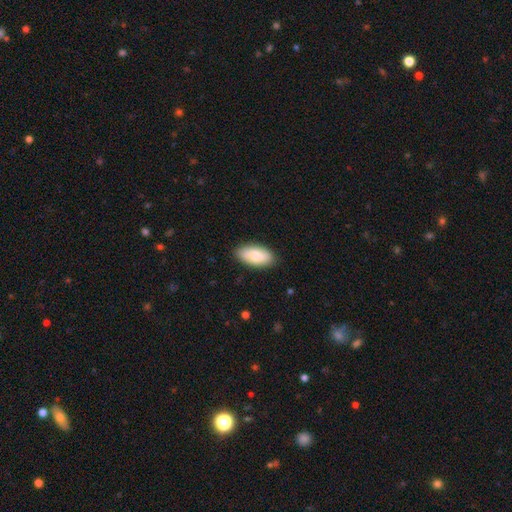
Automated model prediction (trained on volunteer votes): The model was most divided on "smooth or featured": smooth: 75%, featured or disk: 20%, star or artifact: 6%. More confident: how rounded — in between (93%); merging — none (87%).